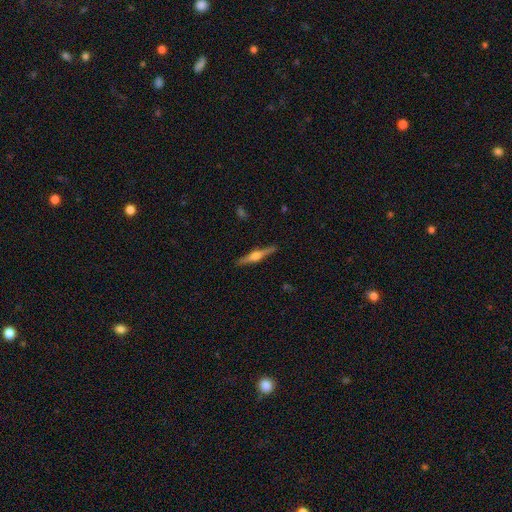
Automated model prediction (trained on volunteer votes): Morphology: type=featured or disk (78%); edge-on=yes (98%); edge-on bulge=rounded (92%); merging=none (91%).